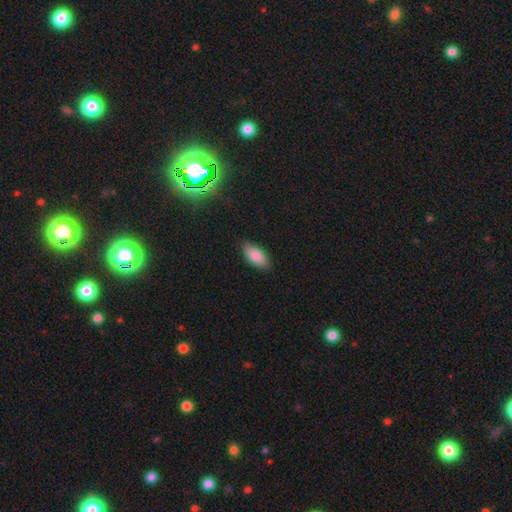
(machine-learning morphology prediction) Smooth or featured? Predicted: smooth (p=0.86). How rounded? Predicted: in between (p=0.88). Merging? Predicted: none (p=0.86).